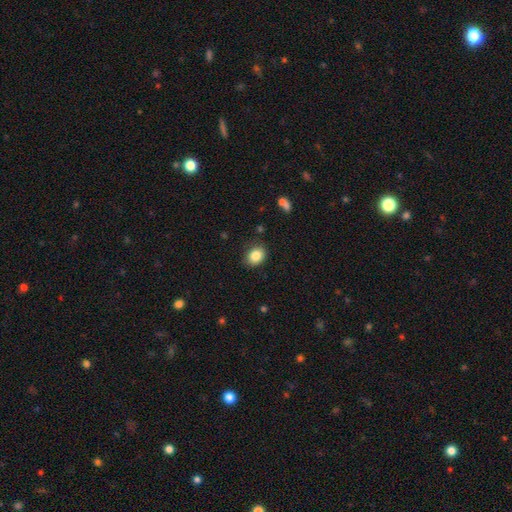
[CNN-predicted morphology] This appears to be a smooth galaxy with no disk features (85%) that is in between round and cigar-shaped (57%). Merging: none (83%).